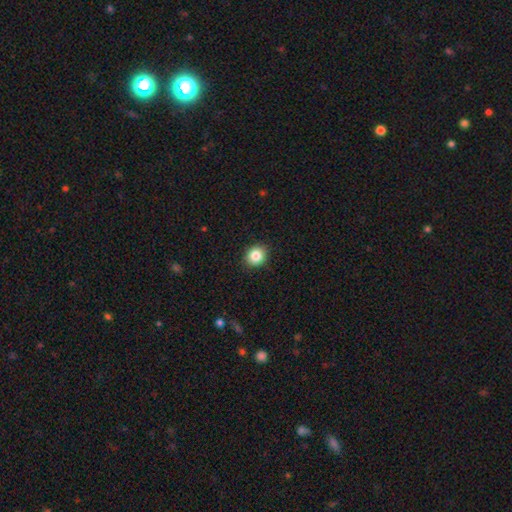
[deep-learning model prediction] Overall: smooth (84%). How rounded: round (74%). Merging: none (91%).